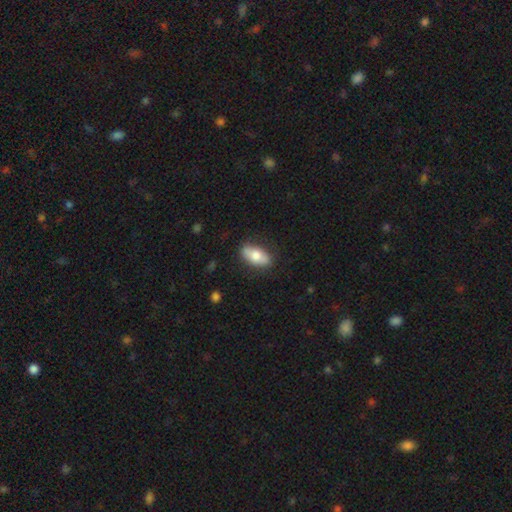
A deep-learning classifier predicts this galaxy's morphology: Overall: smooth (70%). How rounded: in between (89%). Merging: none (83%).